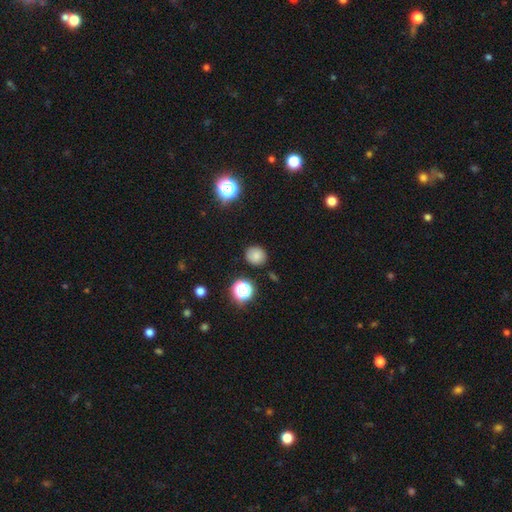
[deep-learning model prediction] The model was most divided on "how rounded": round: 80%, in between: 19%, cigar-shaped: 1%. More confident: merging — none (86%); smooth or featured — smooth (80%).